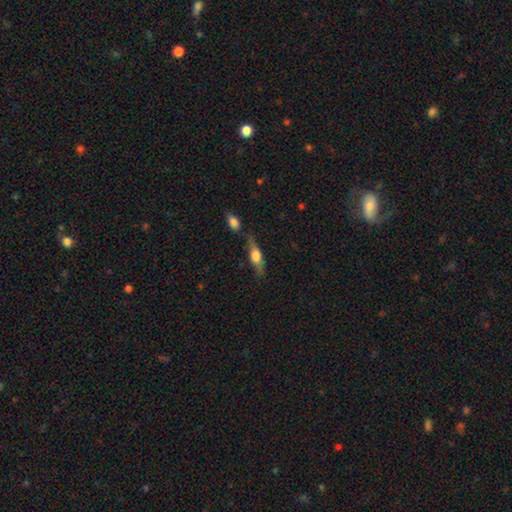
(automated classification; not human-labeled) Overall: featured or disk (50%; smooth 43%). Merging: none (68%).